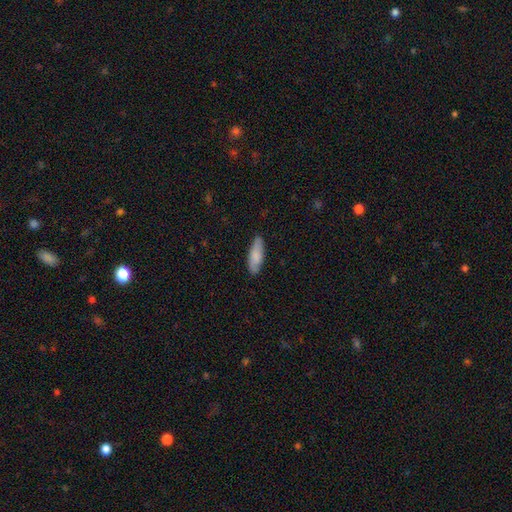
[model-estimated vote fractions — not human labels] A smooth galaxy with no disk features (81%) that is in between round and cigar-shaped (59%).

Vote fractions:
- Smooth or featured? smooth: 81% / featured or disk: 13% / star or artifact: 5%
- How rounded? in between: 59% / cigar-shaped: 40% / round: 2%
- Merging? none: 83% / minor disturbance: 13% / major disturbance: 2% / merger: 1%